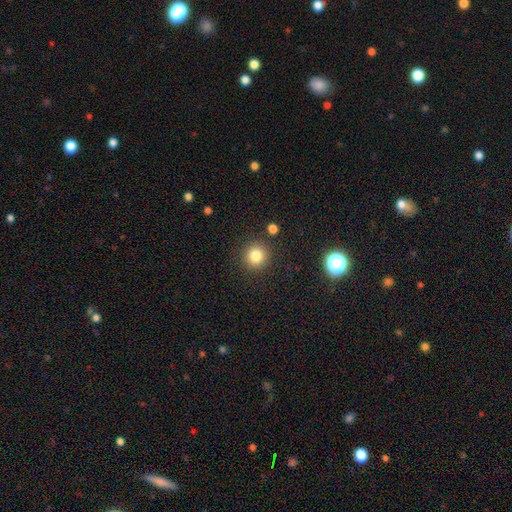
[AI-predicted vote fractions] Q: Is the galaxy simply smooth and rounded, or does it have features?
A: smooth — 81%.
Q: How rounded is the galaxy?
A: round — 92%.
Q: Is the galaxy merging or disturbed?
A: none — 88%.